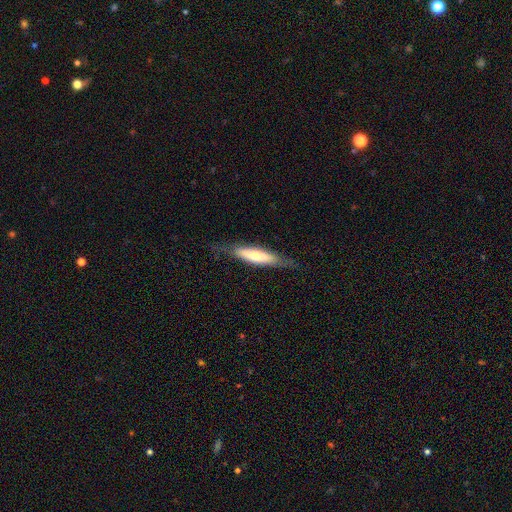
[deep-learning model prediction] Smooth or featured? smooth (56%)
How rounded? cigar-shaped (74%)
Merging? none (75%)